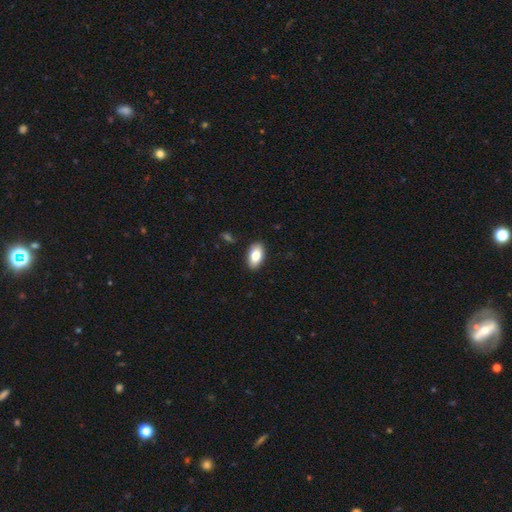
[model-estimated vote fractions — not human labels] Overall: smooth (79%). How rounded: in between (93%). Merging: none (89%).